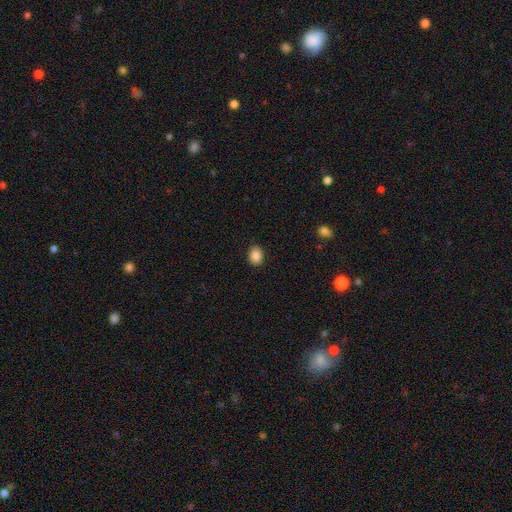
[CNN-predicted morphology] smooth 86%, star or artifact 9%, featured or disk 5%. Down the decision tree: how rounded — in between (61%); merging — none (90%).